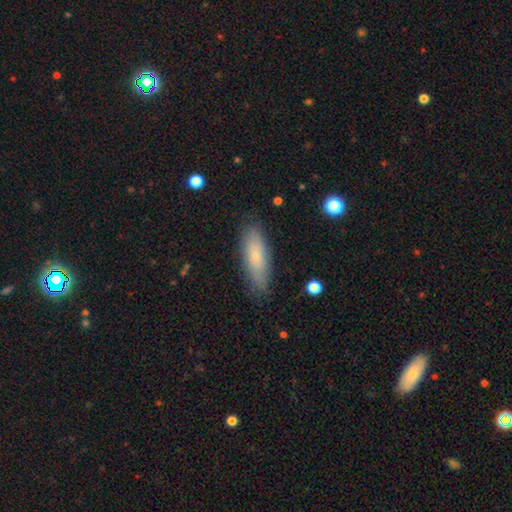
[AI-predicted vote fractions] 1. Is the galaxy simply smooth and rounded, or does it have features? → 70% smooth, 23% featured or disk, 7% star or artifact.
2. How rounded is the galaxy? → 57% in between, 41% cigar-shaped, 2% round.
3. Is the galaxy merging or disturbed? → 82% none, 14% minor disturbance, 3% major disturbance, 1% merger.